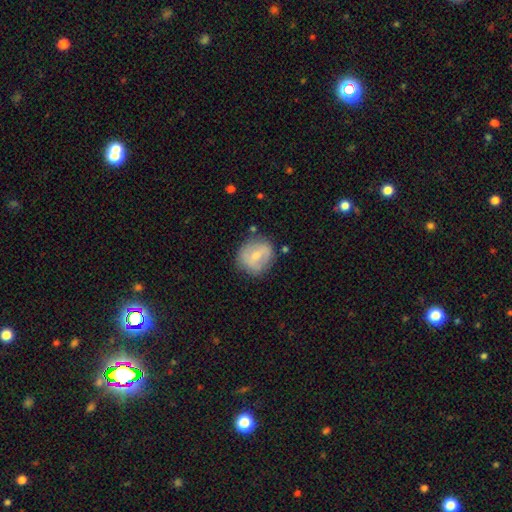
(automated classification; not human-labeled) Overall: smooth (55%; featured or disk 38%). How rounded: round (77%). Merging: none (72%).